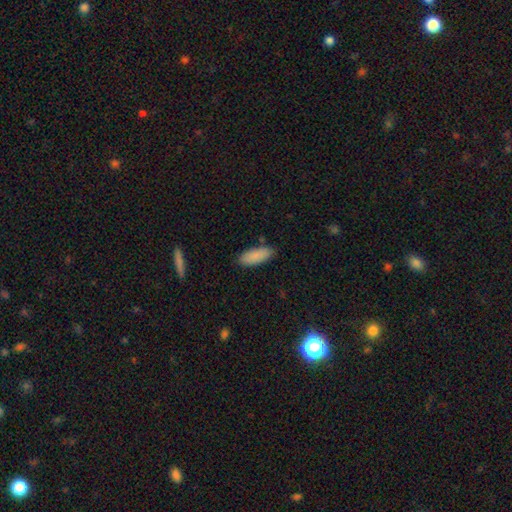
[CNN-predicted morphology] A smooth galaxy with no disk features (88%) that is in between round and cigar-shaped (73%). Merging: none (83%).